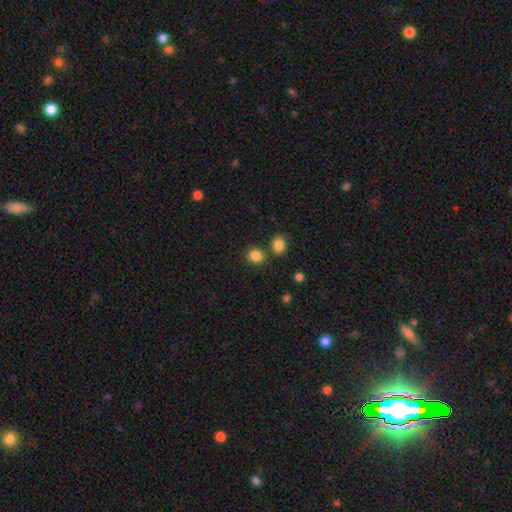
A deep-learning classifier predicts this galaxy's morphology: smooth-or-featured: smooth: 86% | star or artifact: 10% | featured or disk: 4%
  how-rounded: round: 68% | in between: 31% | cigar-shaped: 1%
  merging: none: 73% | merger: 15% | minor disturbance: 9% | major disturbance: 3%